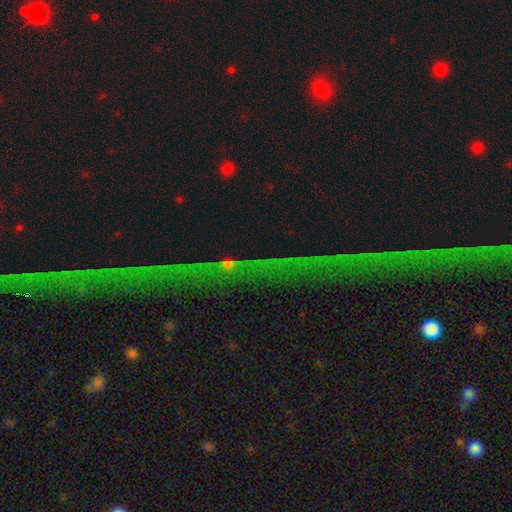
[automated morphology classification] type=star or artifact (74%).